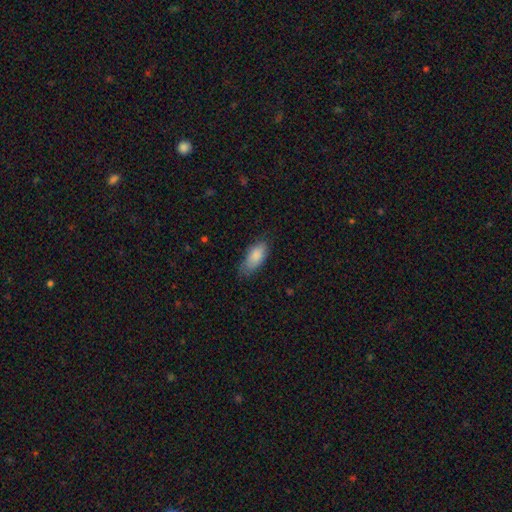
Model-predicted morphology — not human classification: smooth-or-featured: smooth: 86% | featured or disk: 8% | star or artifact: 6%
  how-rounded: in between: 88% | cigar-shaped: 10% | round: 2%
  merging: none: 63% | minor disturbance: 29% | major disturbance: 7% | merger: 1%